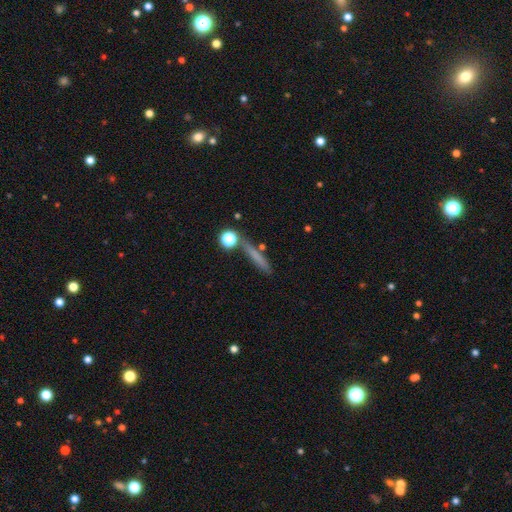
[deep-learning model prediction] Smooth or featured?
  - smooth: 66% *
  - featured or disk: 23%
  - star or artifact: 12%
How rounded?
  - cigar-shaped: 87% *
  - in between: 7%
  - round: 6%
Merging?
  - none: 74% *
  - minor disturbance: 13%
  - merger: 8%
  - major disturbance: 5%